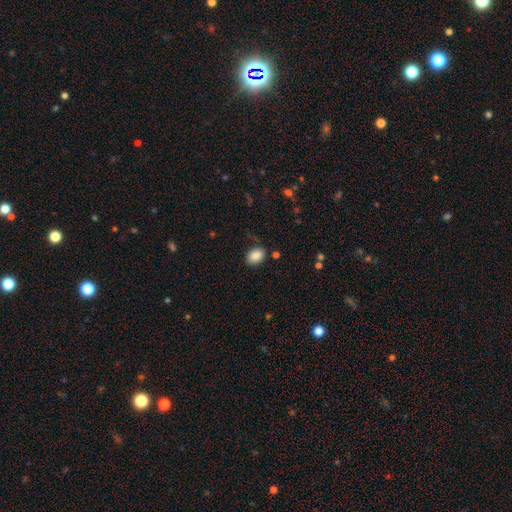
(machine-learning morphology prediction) smooth 87%, star or artifact 8%, featured or disk 5%. Down the decision tree: how rounded — in between (78%); merging — none (81%).